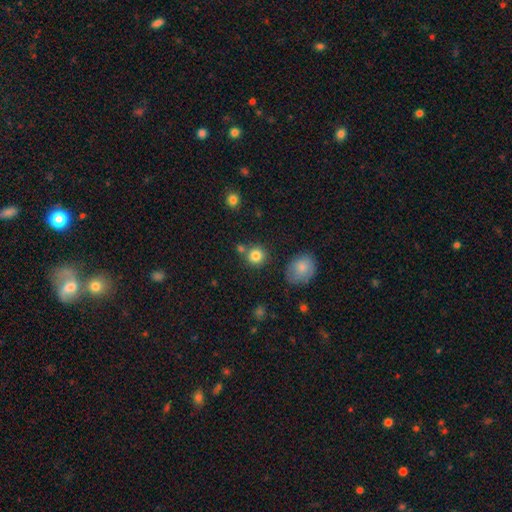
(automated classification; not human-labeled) smooth 82%, star or artifact 11%, featured or disk 6%. Down the decision tree: how rounded — round (89%); merging — none (74%).